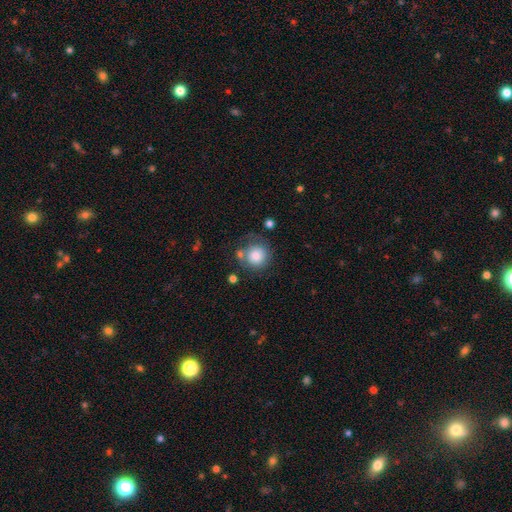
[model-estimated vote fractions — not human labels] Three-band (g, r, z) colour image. It shows a smooth galaxy with no disk features (78%) that is round (91%). Merging: none (60%).